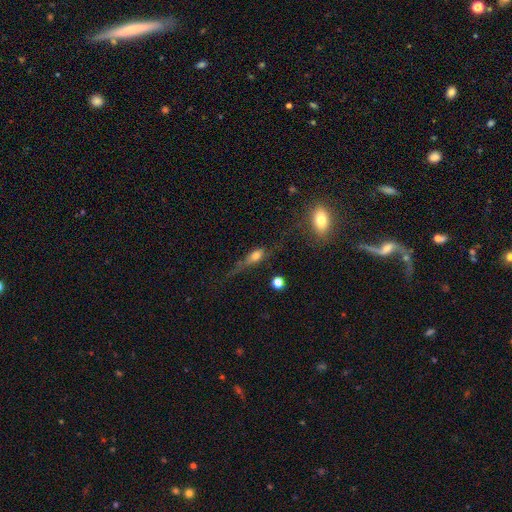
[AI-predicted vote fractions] A smooth galaxy with no disk features (49%).

Vote fractions:
- Smooth or featured? smooth: 49% / featured or disk: 38% / star or artifact: 13%
- Merging? none: 48% / minor disturbance: 24% / major disturbance: 22% / merger: 7%